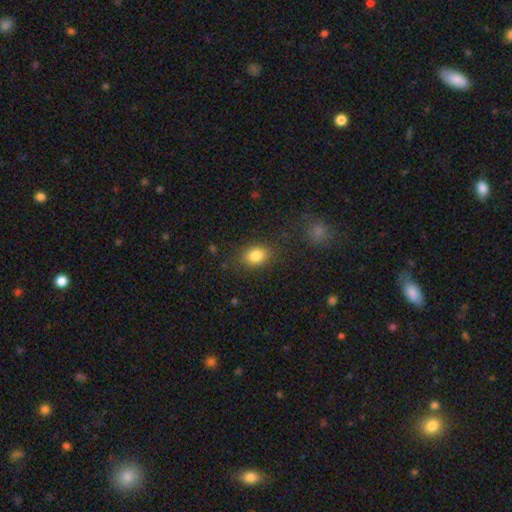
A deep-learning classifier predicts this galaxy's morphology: smooth 84%, star or artifact 9%, featured or disk 7%. Down the decision tree: how rounded — in between (73%); merging — none (81%).